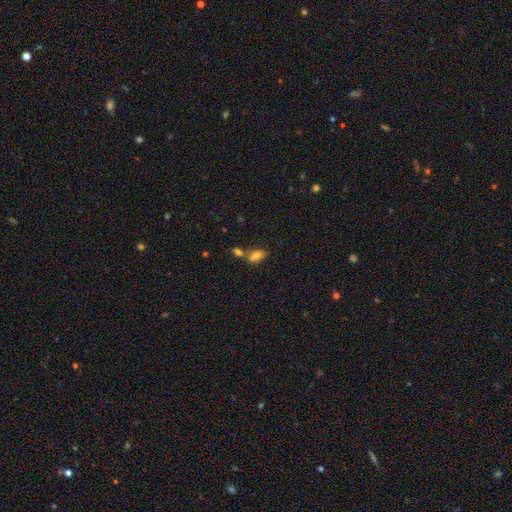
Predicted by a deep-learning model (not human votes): A smooth galaxy with no disk features (80%) that is in between round and cigar-shaped (88%). Merging: none (47%).